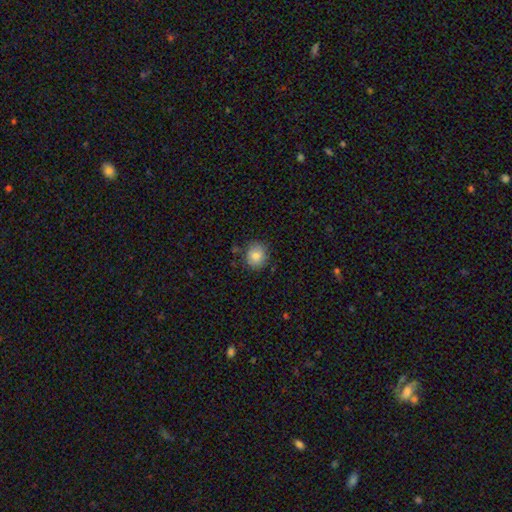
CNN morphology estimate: Smooth or featured?
  - smooth: 83% *
  - star or artifact: 9%
  - featured or disk: 8%
How rounded?
  - round: 79% *
  - in between: 20%
  - cigar-shaped: 1%
Merging?
  - none: 81% *
  - minor disturbance: 13%
  - major disturbance: 3%
  - merger: 3%